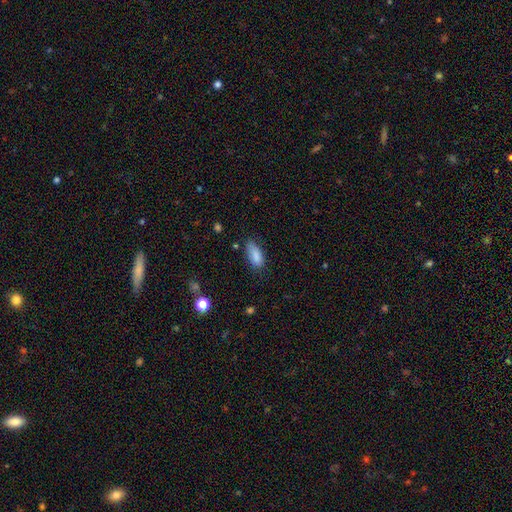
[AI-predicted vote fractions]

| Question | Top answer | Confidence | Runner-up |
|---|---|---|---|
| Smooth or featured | smooth | 86% | star or artifact (8%) |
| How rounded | in between | 82% | cigar-shaped (16%) |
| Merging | none | 65% | minor disturbance (27%) |